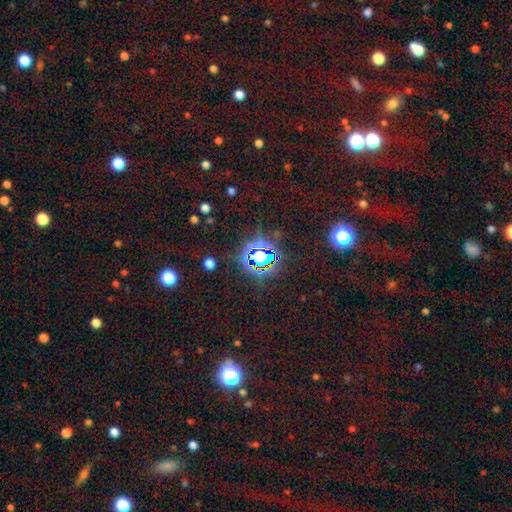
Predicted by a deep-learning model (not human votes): A star or artifact, not a galaxy (77%).